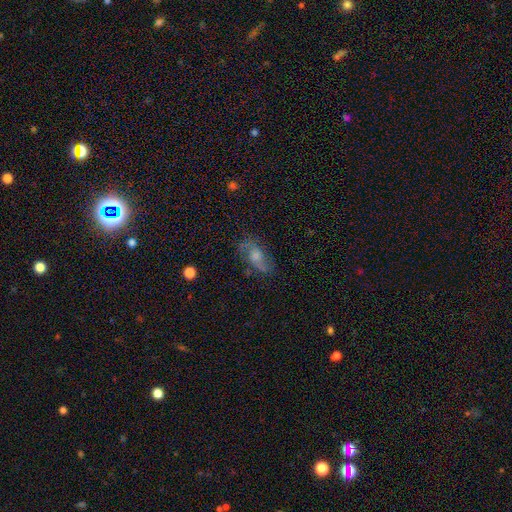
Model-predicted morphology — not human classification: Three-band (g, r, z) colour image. It shows a featured or disk galaxy (60%) with no bar (62%), spiral arms (85%) and a moderate central bulge (46%). Merging: none (71%).